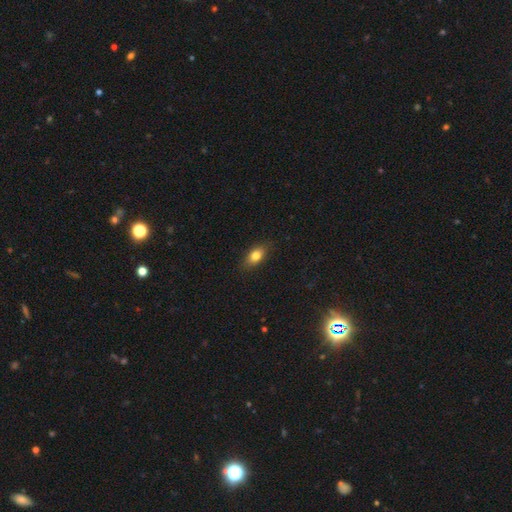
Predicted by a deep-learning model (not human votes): A smooth galaxy with no disk features (80%) that is in between round and cigar-shaped (82%).

Vote fractions:
- Smooth or featured? smooth: 80% / featured or disk: 12% / star or artifact: 9%
- How rounded? in between: 82% / round: 11% / cigar-shaped: 7%
- Merging? none: 85% / minor disturbance: 12% / major disturbance: 3% / merger: 1%